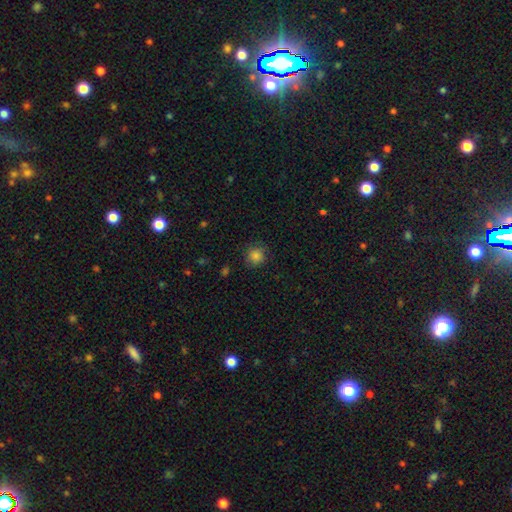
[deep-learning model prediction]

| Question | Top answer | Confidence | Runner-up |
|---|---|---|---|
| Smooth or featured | smooth | 83% | star or artifact (11%) |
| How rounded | round | 90% | in between (9%) |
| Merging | none | 84% | minor disturbance (11%) |